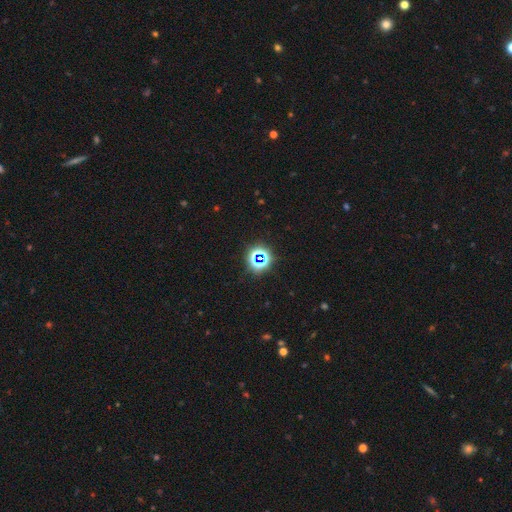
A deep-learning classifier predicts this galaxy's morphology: This appears to be a star or artifact, not a galaxy (70%).